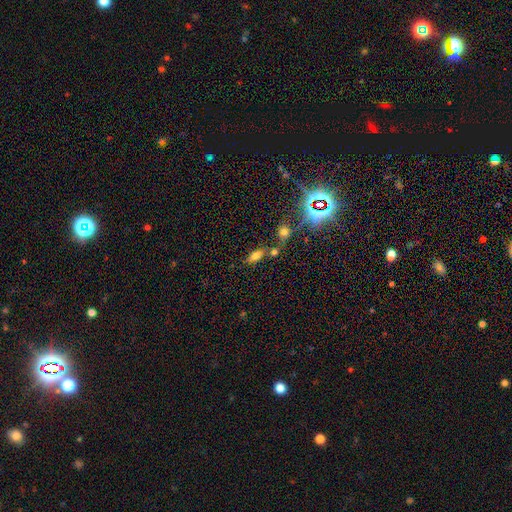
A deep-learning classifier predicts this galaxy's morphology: Smooth or featured?
  - smooth: 72% *
  - star or artifact: 17%
  - featured or disk: 11%
How rounded?
  - in between: 81% *
  - cigar-shaped: 13%
  - round: 6%
Merging?
  - none: 60% *
  - merger: 22%
  - minor disturbance: 13%
  - major disturbance: 5%